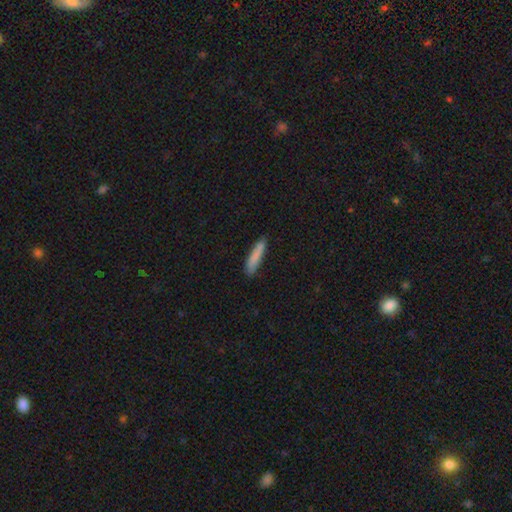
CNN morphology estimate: type=smooth (83%); roundness=cigar-shaped (89%); merging=none (82%).